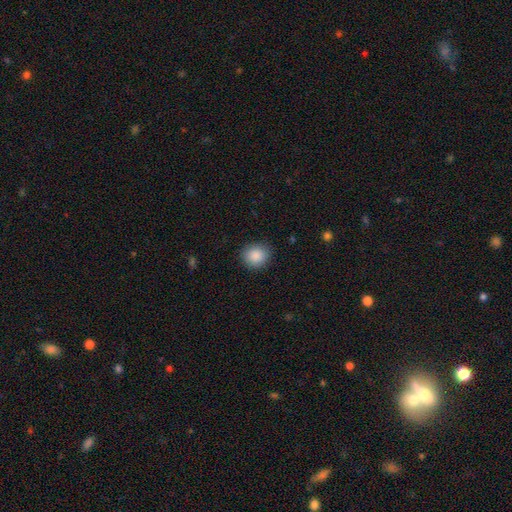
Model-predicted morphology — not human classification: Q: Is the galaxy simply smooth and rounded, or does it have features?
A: smooth — 89%.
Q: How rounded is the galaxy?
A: round — 79%.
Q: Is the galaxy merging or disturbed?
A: none — 87%.